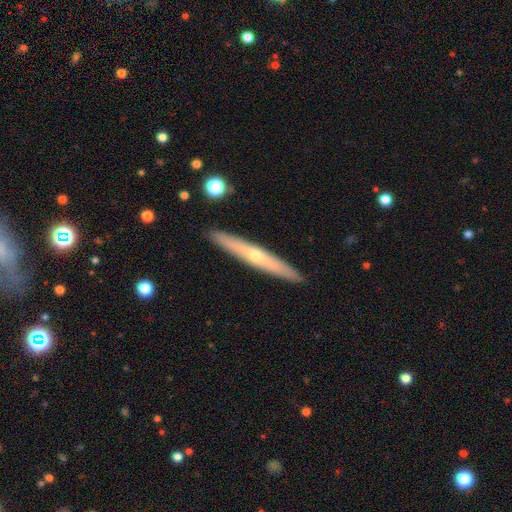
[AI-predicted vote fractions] Smooth or featured: featured or disk — 59% (smooth — 35%)
Edge-on disk: yes — 93% (no — 7%)
Edge-on bulge: rounded — 72% (none — 27%)
Merging: none — 91% (minor disturbance — 6%)